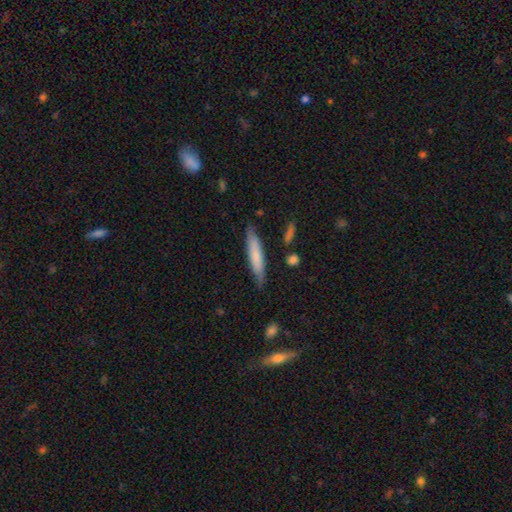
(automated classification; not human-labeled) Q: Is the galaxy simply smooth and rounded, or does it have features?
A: smooth — 69%.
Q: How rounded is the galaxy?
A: cigar-shaped — 89%.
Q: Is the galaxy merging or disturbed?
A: none — 81%.